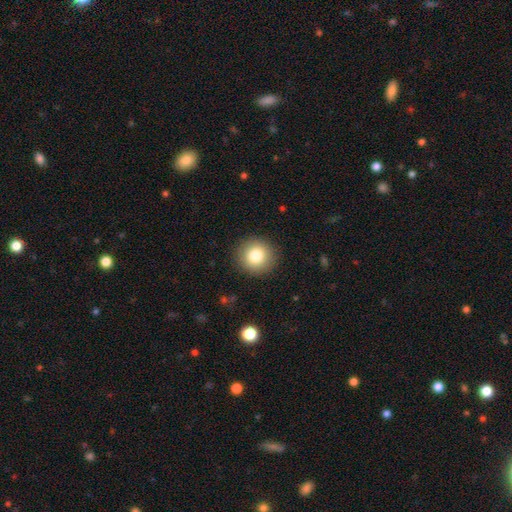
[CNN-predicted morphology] Q: Smooth or featured?
A: smooth (82%); runner-up: star or artifact (10%)
Q: How rounded?
A: round (94%); runner-up: in between (5%)
Q: Merging?
A: none (91%); runner-up: minor disturbance (6%)